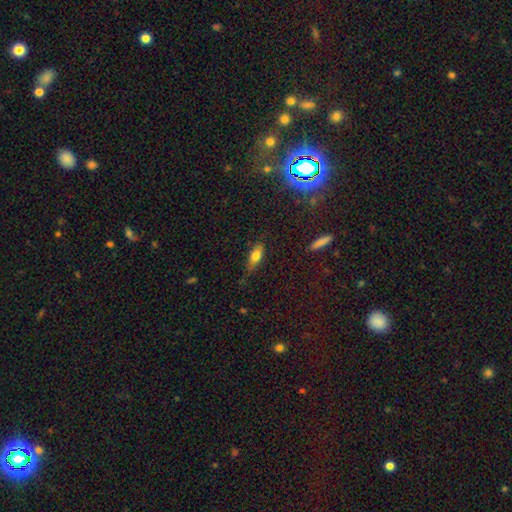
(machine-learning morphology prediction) The model was most divided on "merging": none: 65%, minor disturbance: 27%, major disturbance: 6%, merger: 2%. More confident: smooth or featured — smooth (73%); how rounded — in between (69%).